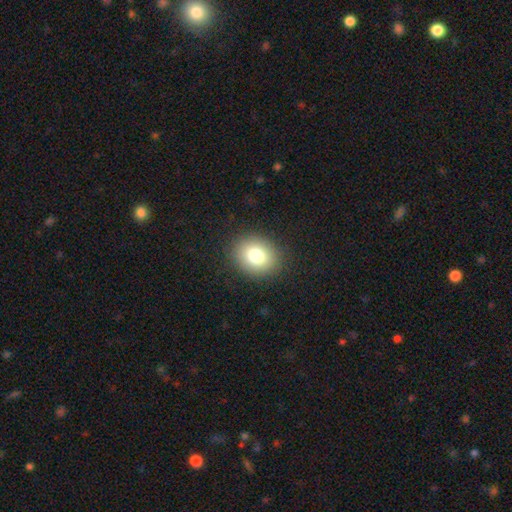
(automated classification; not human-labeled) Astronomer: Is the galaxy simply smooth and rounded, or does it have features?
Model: smooth — 79%.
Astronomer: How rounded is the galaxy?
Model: round — 57% (runner-up: in between, 42%).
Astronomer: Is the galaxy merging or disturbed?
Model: none — 89%.